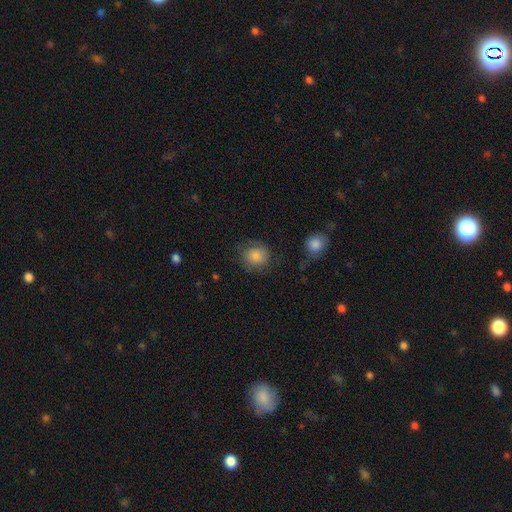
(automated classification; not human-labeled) This is likely a smooth galaxy (68%). How rounded: clearly round (86%). Merging: likely none (74%).